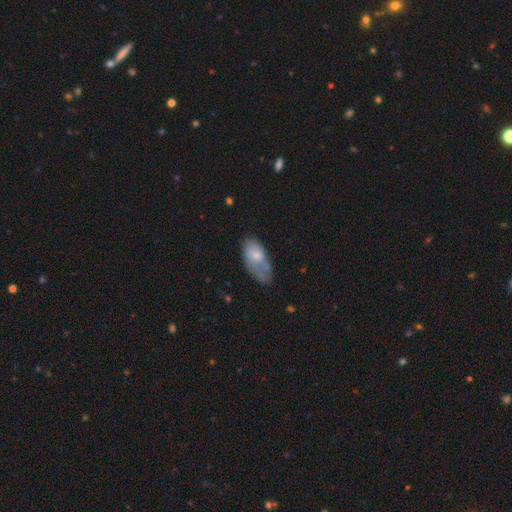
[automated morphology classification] A smooth galaxy with no disk features (65%) that is in between round and cigar-shaped (91%). Merging: minor disturbance (37%).